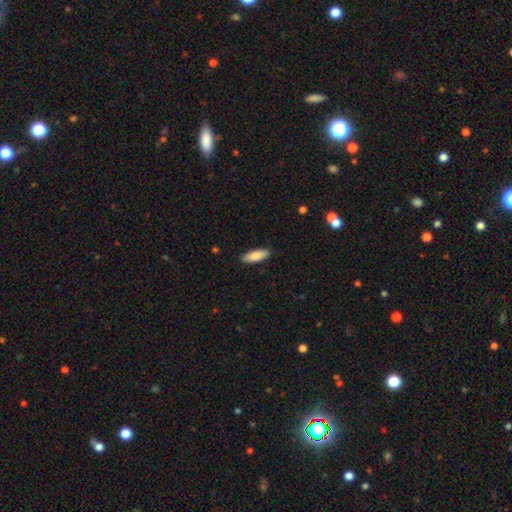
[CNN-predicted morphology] smooth-or-featured: smooth: 87% | featured or disk: 8% | star or artifact: 5%
  how-rounded: in between: 61% | cigar-shaped: 37% | round: 2%
  merging: none: 90% | minor disturbance: 8% | major disturbance: 2% | merger: 1%